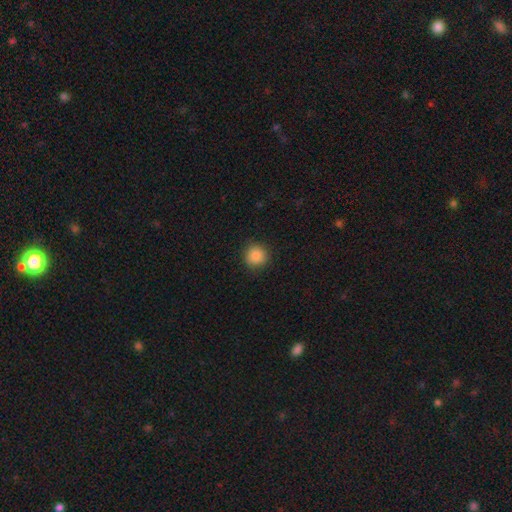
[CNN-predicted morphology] smooth 85%, star or artifact 10%, featured or disk 5%. Down the decision tree: how rounded — round (93%); merging — none (89%).